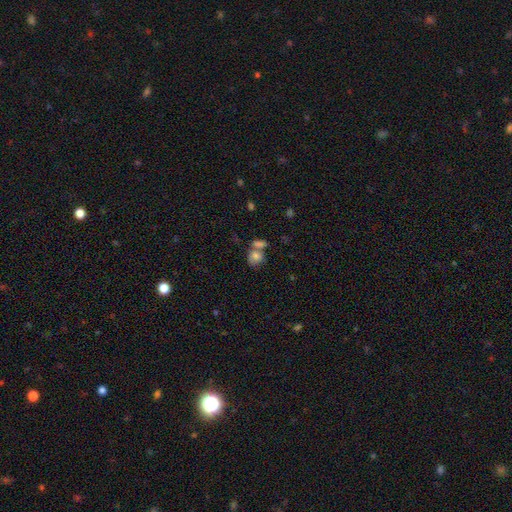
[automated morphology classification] This appears to be a smooth galaxy with no disk features (73%) that is round (50%). Merging: merger (42%).